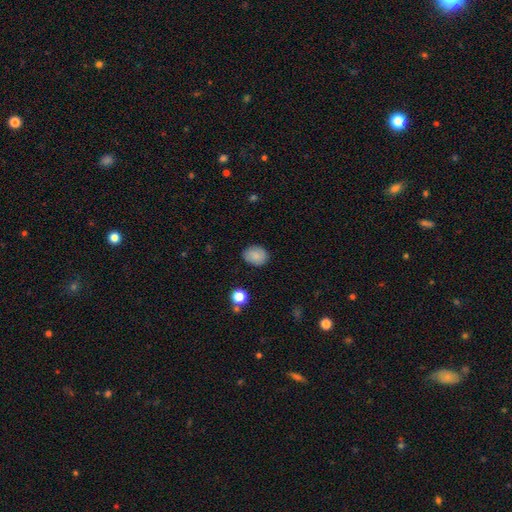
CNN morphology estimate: Smooth or featured? Predicted: smooth (p=0.84). How rounded? Predicted: in between (p=0.58). Merging? Predicted: none (p=0.83).